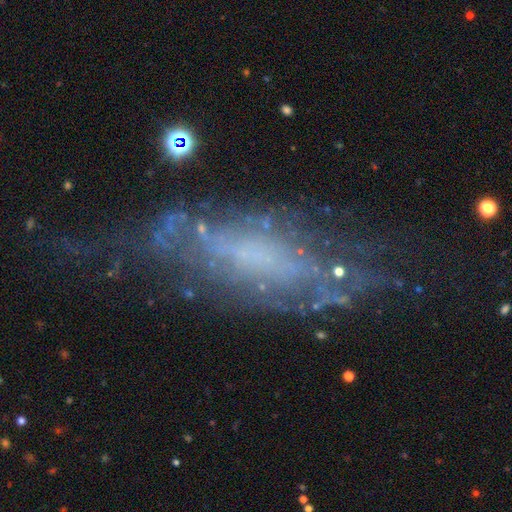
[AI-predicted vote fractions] Overall: featured or disk (72%). Edge-on disk: no (79%). Bar: no (63%; weak 27%). Spiral arms: yes (68%; no 32%). Bulge size: none (46%; small 28%). Merging: none (56%; minor disturbance 23%).